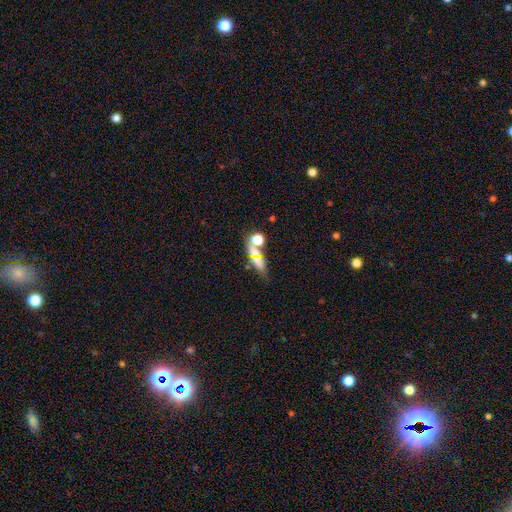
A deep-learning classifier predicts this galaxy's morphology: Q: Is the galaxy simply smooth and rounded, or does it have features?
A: smooth — 54%.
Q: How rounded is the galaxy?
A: in between — 45%.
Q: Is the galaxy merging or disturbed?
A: none — 55%.